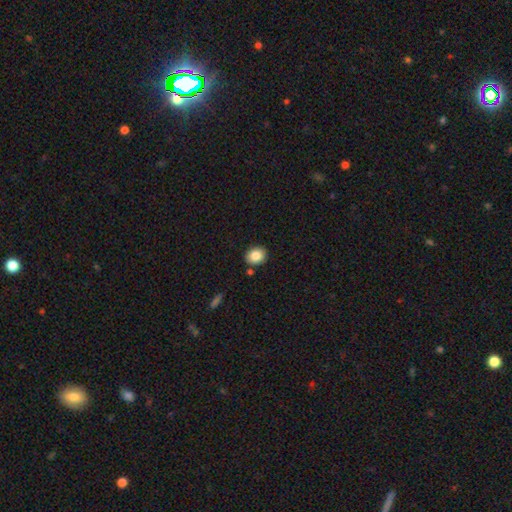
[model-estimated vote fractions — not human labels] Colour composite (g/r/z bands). It shows a smooth galaxy with no disk features (84%) that is round (61%). Merging: none (84%).